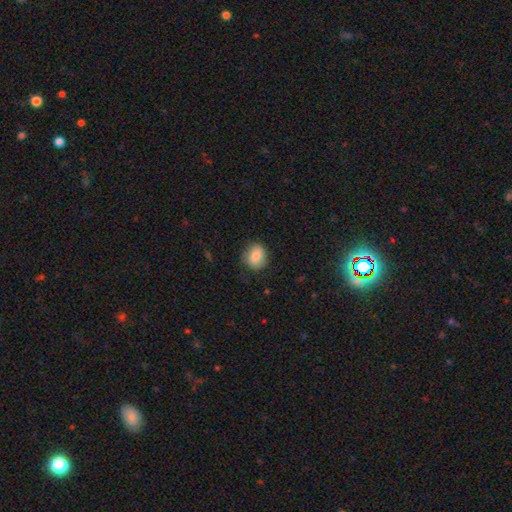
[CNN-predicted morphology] A smooth galaxy with no disk features (81%) that is round (71%). Merging: none (78%).